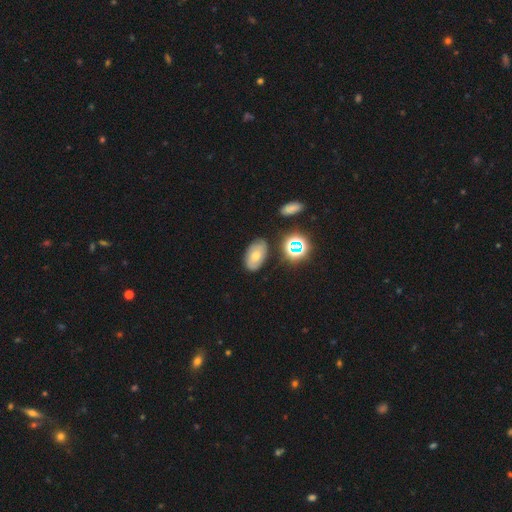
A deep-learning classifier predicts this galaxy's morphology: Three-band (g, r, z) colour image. It shows a smooth galaxy with no disk features (46%). Merging: none (79%).